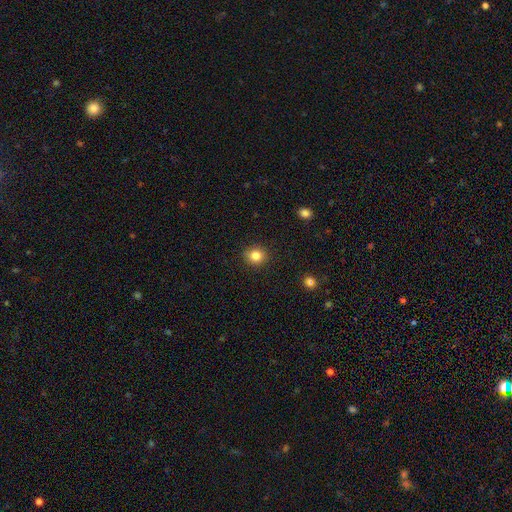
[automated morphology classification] Smooth or featured? smooth (84%)
How rounded? round (82%)
Merging? none (90%)